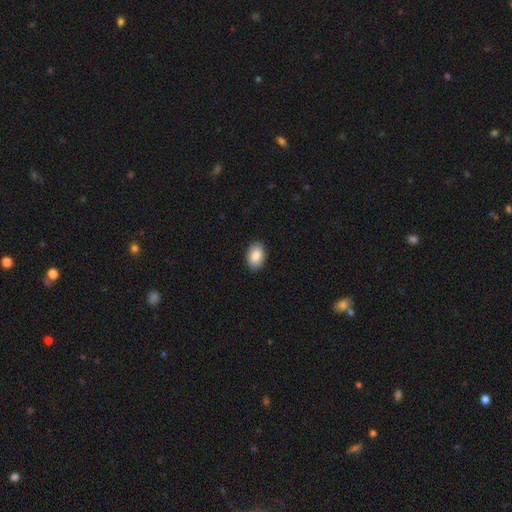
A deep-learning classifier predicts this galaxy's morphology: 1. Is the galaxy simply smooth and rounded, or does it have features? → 87% smooth, 7% featured or disk, 6% star or artifact.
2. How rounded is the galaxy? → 90% in between, 8% round, 1% cigar-shaped.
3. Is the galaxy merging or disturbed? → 90% none, 7% minor disturbance, 2% major disturbance, 1% merger.